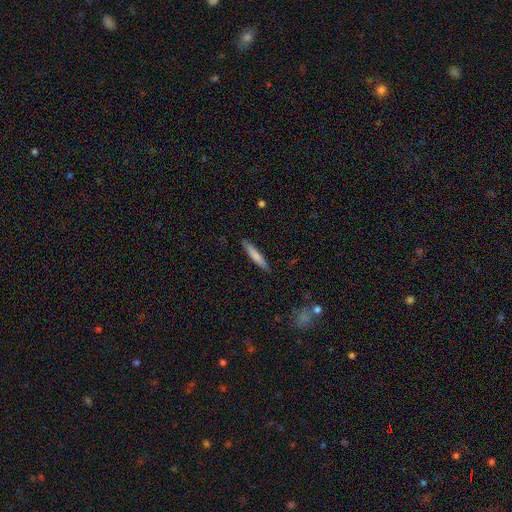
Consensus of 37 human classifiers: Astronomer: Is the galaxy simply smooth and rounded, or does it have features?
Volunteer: smooth — 73%.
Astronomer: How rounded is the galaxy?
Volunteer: cigar-shaped — 100%.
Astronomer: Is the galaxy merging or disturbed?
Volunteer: none — 89%.